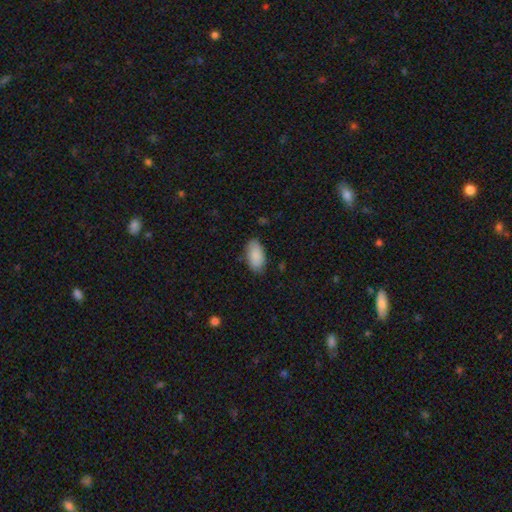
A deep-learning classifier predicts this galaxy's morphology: Smooth or featured: smooth — 88% (featured or disk — 6%)
How rounded: in between — 94% (cigar-shaped — 3%)
Merging: none — 81% (minor disturbance — 15%)